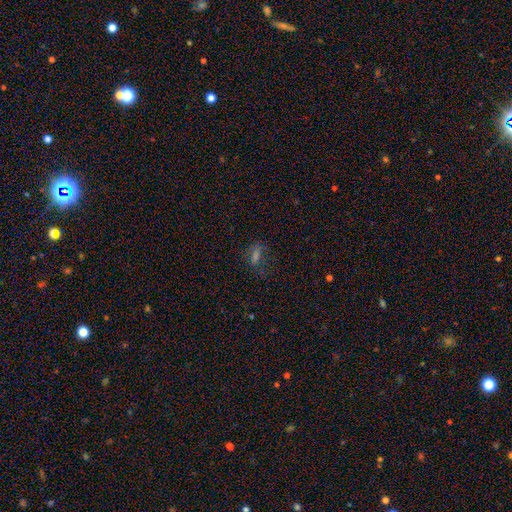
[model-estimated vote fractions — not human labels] smooth_or_featured: smooth (p=0.45) [alt: star or artifact p=0.35]
merging: none (p=0.65) [alt: minor disturbance p=0.18]